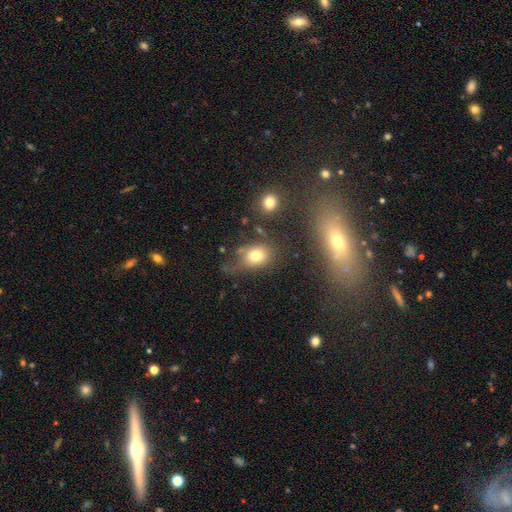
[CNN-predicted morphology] Smooth or featured: smooth — 76% (star or artifact — 13%)
How rounded: in between — 52% (round — 47%)
Merging: none — 55% (minor disturbance — 22%)